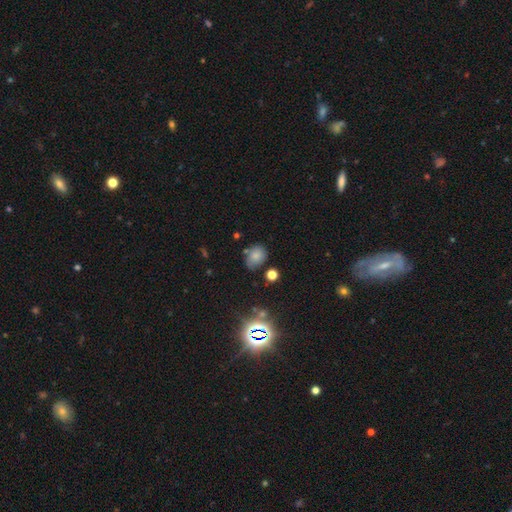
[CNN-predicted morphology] Smooth or featured? Predicted: smooth (p=0.73). How rounded? Predicted: in between (p=0.56). Merging? Predicted: none (p=0.62).